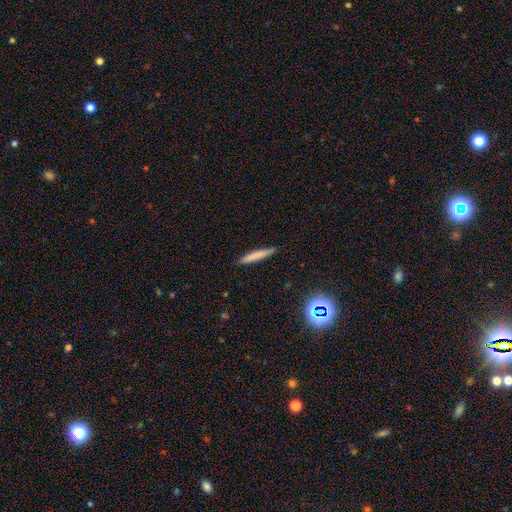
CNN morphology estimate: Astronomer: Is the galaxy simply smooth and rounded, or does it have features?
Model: smooth — 74%.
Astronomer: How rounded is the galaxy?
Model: cigar-shaped — 94%.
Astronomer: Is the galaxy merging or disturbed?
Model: none — 89%.